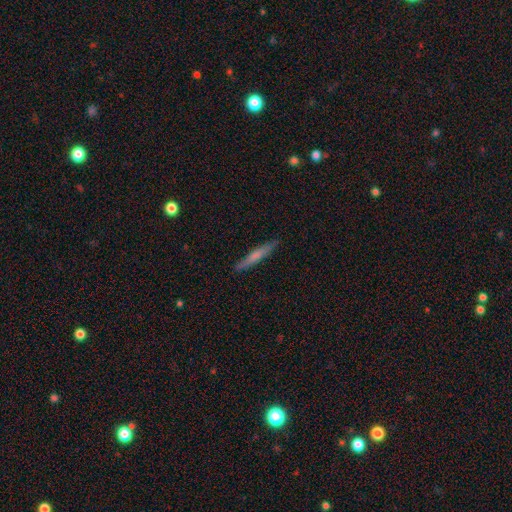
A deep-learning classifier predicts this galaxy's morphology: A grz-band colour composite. It shows a smooth galaxy with no disk features (59%) that is cigar-shaped (95%). Merging: none (89%).